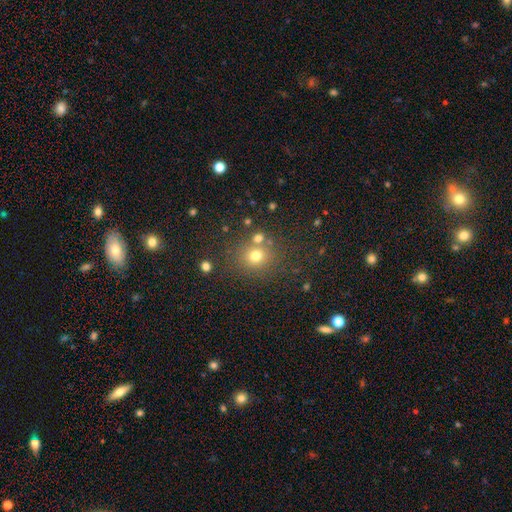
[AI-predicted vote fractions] Overall: smooth (72%). How rounded: round (85%). Merging: none (74%).